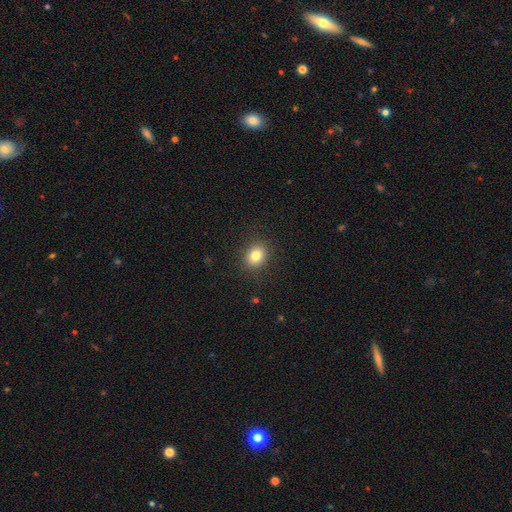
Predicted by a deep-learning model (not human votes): smooth-or-featured: smooth: 81% | star or artifact: 11% | featured or disk: 8%
  how-rounded: round: 59% | in between: 40% | cigar-shaped: 1%
  merging: none: 89% | minor disturbance: 8% | major disturbance: 3% | merger: 1%